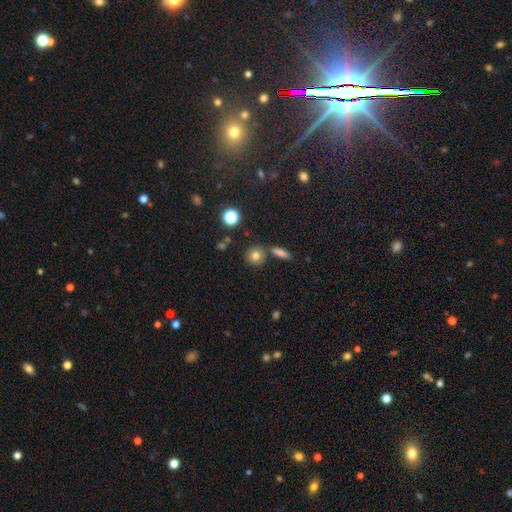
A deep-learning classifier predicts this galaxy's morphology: A smooth galaxy with no disk features (75%) that is round (89%). Merging: none (79%).